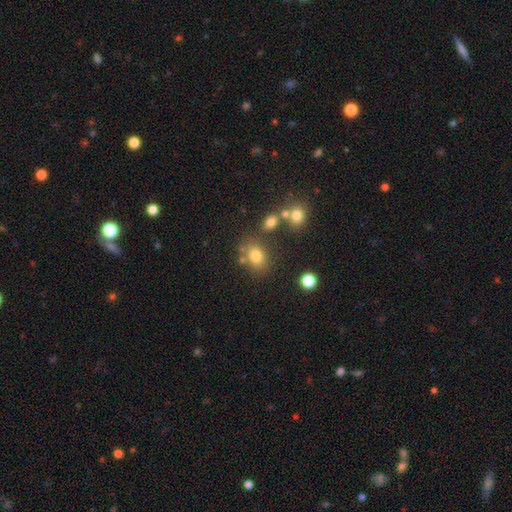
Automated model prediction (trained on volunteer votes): The model was most divided on "how rounded": in between: 62%, round: 37%, cigar-shaped: 1%. More confident: smooth or featured — smooth (76%); merging — none (66%).